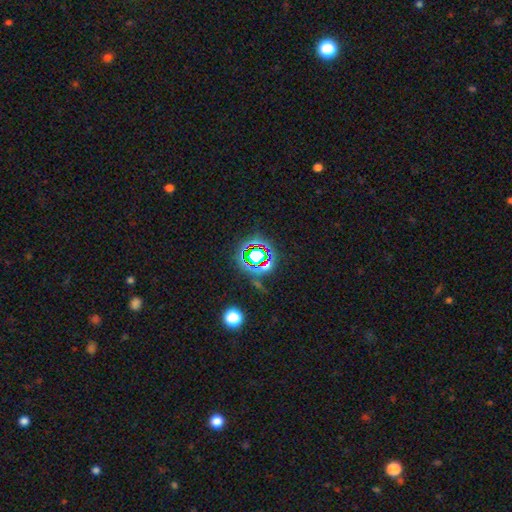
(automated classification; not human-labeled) The model was most divided on "smooth or featured": star or artifact: 72%, smooth: 17%, featured or disk: 11%.